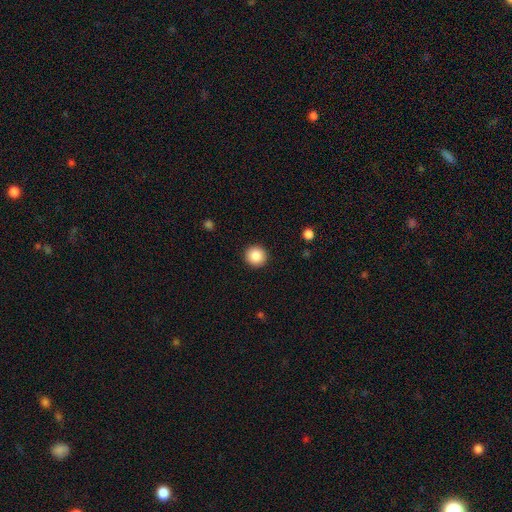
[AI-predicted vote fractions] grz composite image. It shows a smooth galaxy with no disk features (87%) that is round (96%). Merging: none (93%).